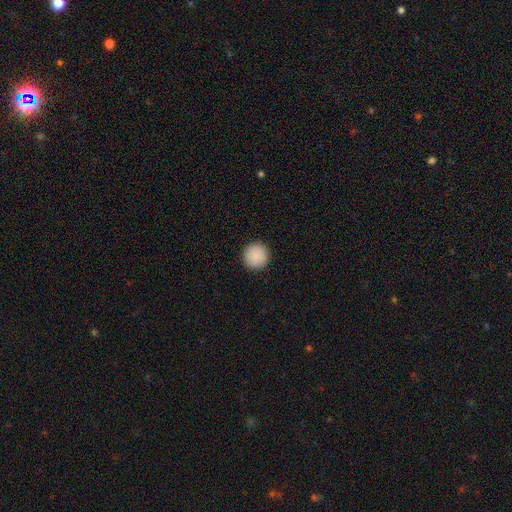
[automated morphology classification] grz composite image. It shows a smooth galaxy with no disk features (90%) that is round (96%). Merging: none (93%).